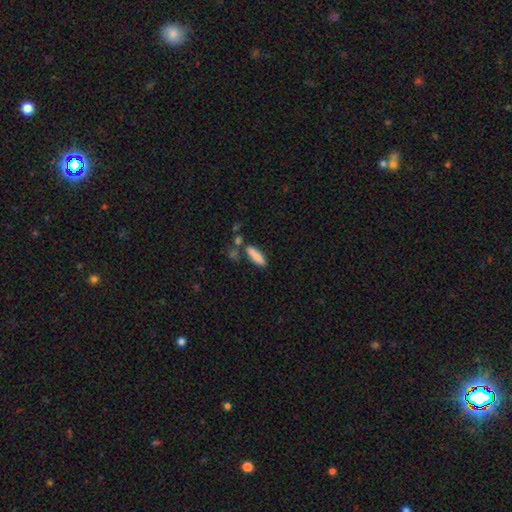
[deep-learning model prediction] This is clearly a smooth galaxy (83%). How rounded: possibly cigar-shaped (59%). Merging: likely none (68%).